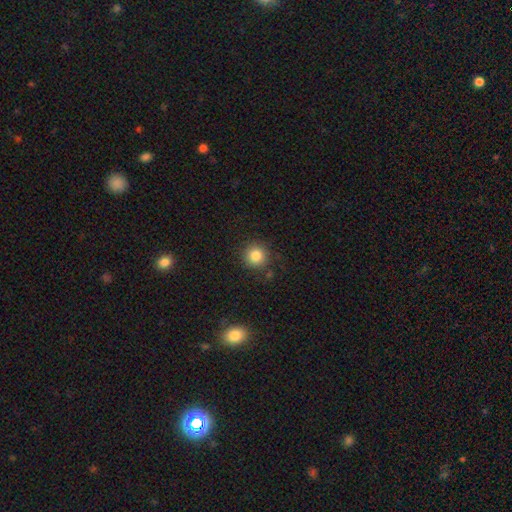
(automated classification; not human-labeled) smooth-or-featured: smooth: 84% | star or artifact: 11% | featured or disk: 5%
  how-rounded: round: 93% | in between: 6% | cigar-shaped: 1%
  merging: none: 85% | minor disturbance: 9% | major disturbance: 3% | merger: 3%